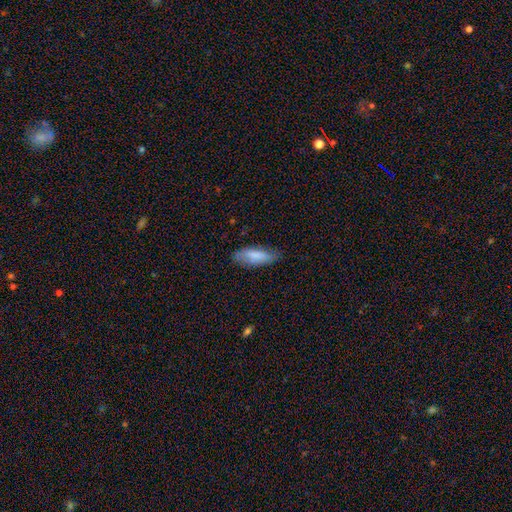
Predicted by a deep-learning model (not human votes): The model was most divided on "how rounded": in between: 67%, cigar-shaped: 31%, round: 2%. More confident: smooth or featured — smooth (80%); merging — none (72%).